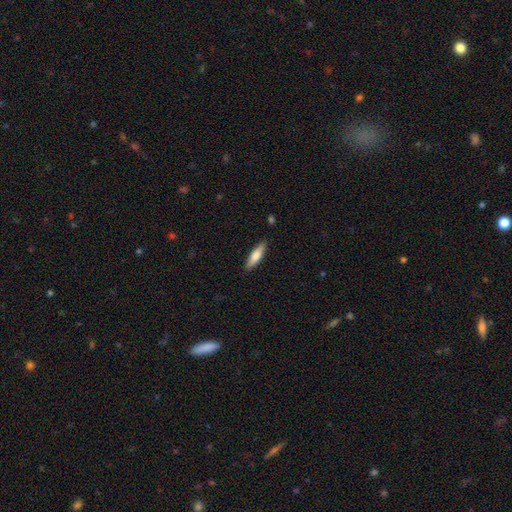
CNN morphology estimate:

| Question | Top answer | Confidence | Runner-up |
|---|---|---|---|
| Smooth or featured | smooth | 71% | featured or disk (24%) |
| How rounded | cigar-shaped | 68% | in between (30%) |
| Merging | none | 88% | minor disturbance (9%) |